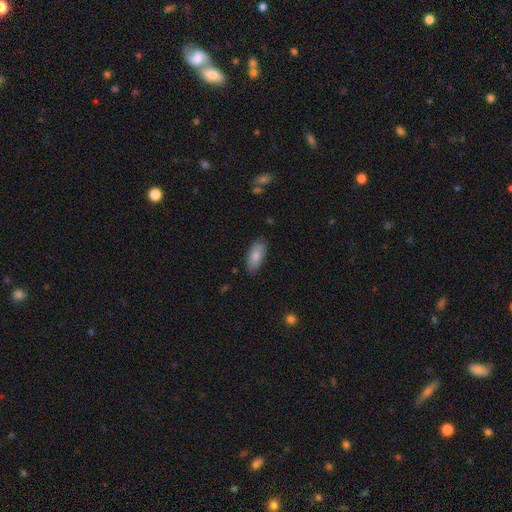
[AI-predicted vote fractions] Morphology: type=smooth (83%); roundness=in between (86%); merging=none (82%).